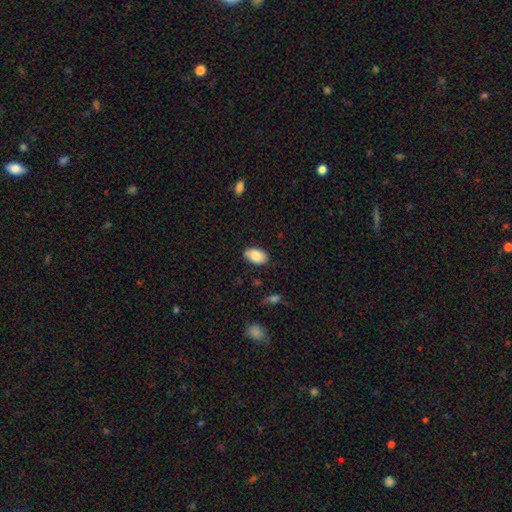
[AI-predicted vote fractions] A smooth galaxy with no disk features (84%) that is in between round and cigar-shaped (94%).

Vote fractions:
- Smooth or featured? smooth: 84% / featured or disk: 9% / star or artifact: 7%
- How rounded? in between: 94% / round: 5% / cigar-shaped: 2%
- Merging? none: 82% / minor disturbance: 14% / major disturbance: 3% / merger: 1%